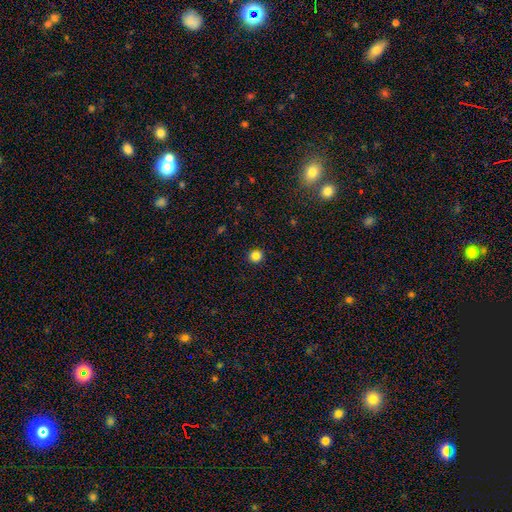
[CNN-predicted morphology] This is clearly a smooth galaxy (84%). How rounded: clearly round (91%). Merging: clearly none (92%).